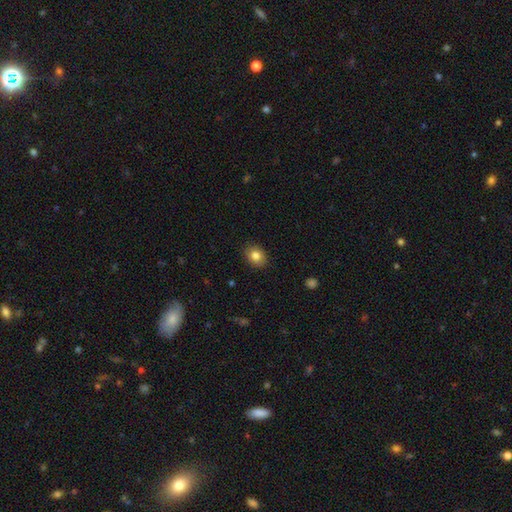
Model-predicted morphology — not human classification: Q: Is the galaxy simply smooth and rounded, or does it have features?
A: smooth — 83%.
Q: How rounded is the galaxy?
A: in between — 52%.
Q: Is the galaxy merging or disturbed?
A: none — 89%.